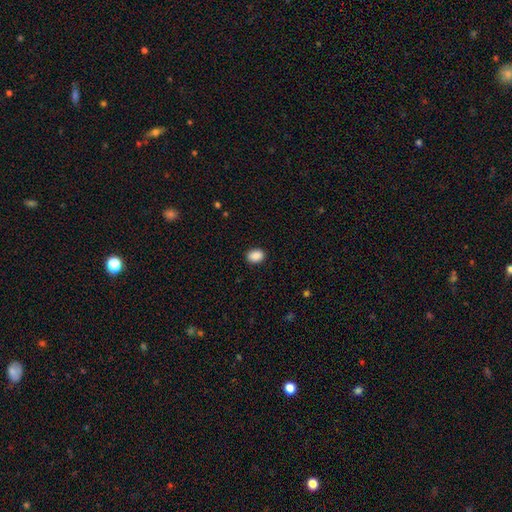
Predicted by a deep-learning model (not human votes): This is clearly a smooth galaxy (90%). How rounded: likely in between (69%). Merging: clearly none (89%).